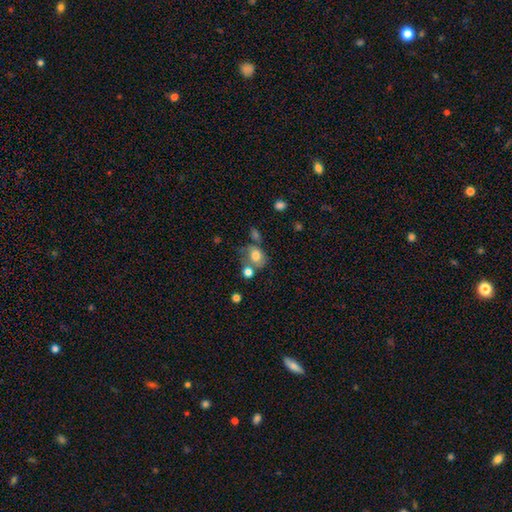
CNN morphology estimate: Smooth or featured? Predicted: smooth (p=0.75). How rounded? Predicted: round (p=0.54). Merging? Predicted: none (p=0.42).